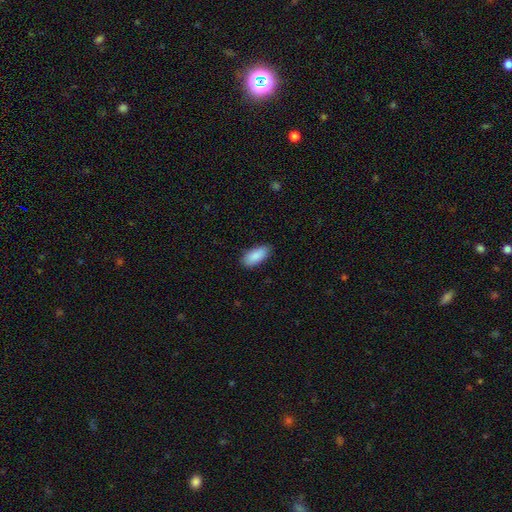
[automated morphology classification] A smooth galaxy with no disk features (89%) that is in between round and cigar-shaped (89%). Merging: none (82%).